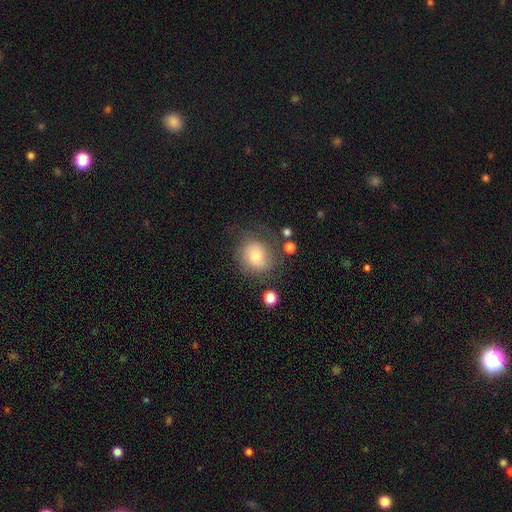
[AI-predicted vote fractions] Smooth or featured: smooth — 57% (featured or disk — 29%)
How rounded: round — 78% (in between — 21%)
Merging: none — 67% (minor disturbance — 18%)